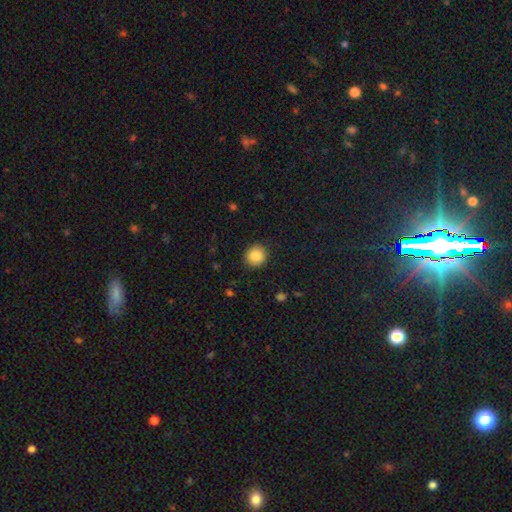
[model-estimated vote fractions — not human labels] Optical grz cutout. It shows a smooth galaxy with no disk features (86%) that is round (89%). Merging: none (91%).